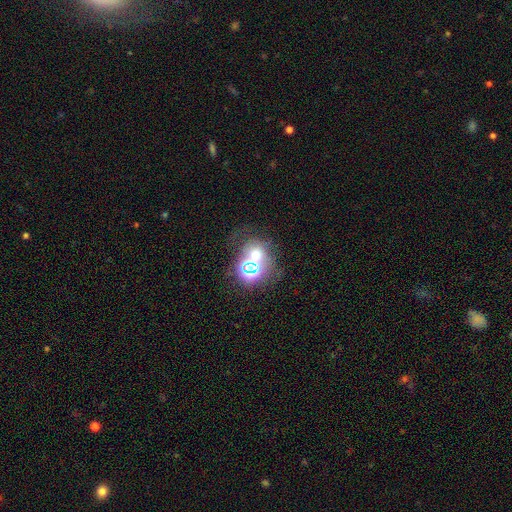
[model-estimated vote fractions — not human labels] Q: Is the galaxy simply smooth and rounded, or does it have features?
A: smooth — 45%.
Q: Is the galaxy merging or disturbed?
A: none — 44%.